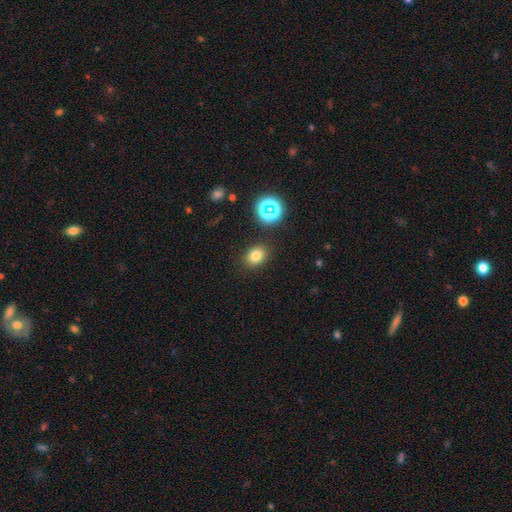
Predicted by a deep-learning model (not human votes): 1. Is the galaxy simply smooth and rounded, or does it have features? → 77% smooth, 16% star or artifact, 8% featured or disk.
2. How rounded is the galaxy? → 57% in between, 42% round, 1% cigar-shaped.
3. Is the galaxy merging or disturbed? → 87% none, 8% minor disturbance, 3% major disturbance, 2% merger.